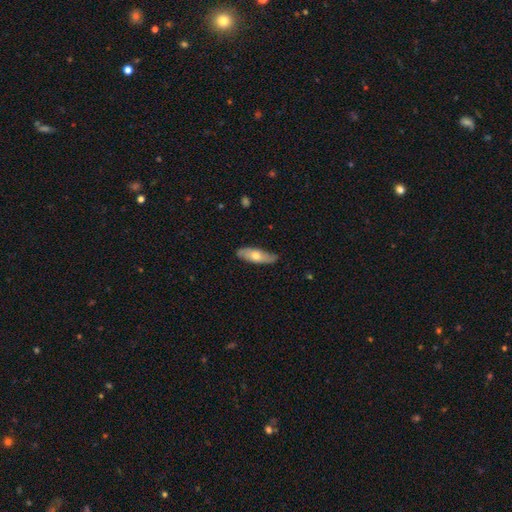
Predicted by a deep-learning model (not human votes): Smooth or featured?
  - smooth: 56% *
  - featured or disk: 39%
  - star or artifact: 5%
How rounded?
  - in between: 61% *
  - cigar-shaped: 37%
  - round: 3%
Merging?
  - none: 81% *
  - minor disturbance: 16%
  - major disturbance: 2%
  - merger: 1%